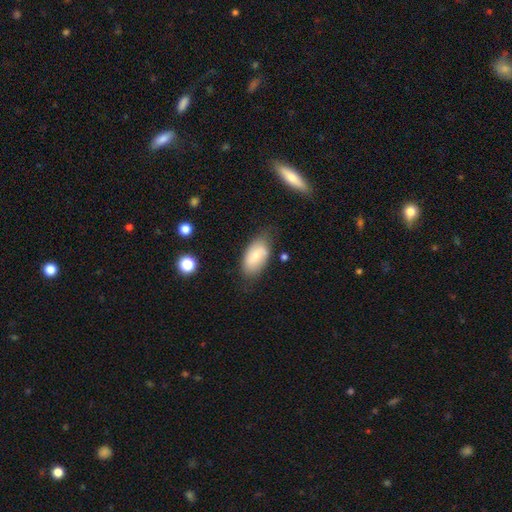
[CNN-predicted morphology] Smooth or featured? Predicted: smooth (p=0.70). How rounded? Predicted: in between (p=0.93). Merging? Predicted: none (p=0.68).